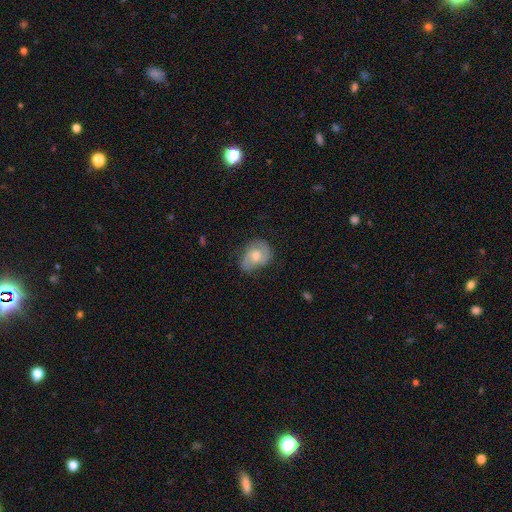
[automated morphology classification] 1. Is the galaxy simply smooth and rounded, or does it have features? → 55% featured or disk, 38% smooth, 7% star or artifact.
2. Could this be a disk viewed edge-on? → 97% no, 3% yes.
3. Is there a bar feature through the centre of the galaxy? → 70% no, 26% weak, 4% strong.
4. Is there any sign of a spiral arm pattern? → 84% yes, 16% no.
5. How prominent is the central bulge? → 64% moderate, 25% small, 7% large, 3% none, 1% dominant.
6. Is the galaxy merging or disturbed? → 67% none, 24% minor disturbance, 8% major disturbance, 1% merger.